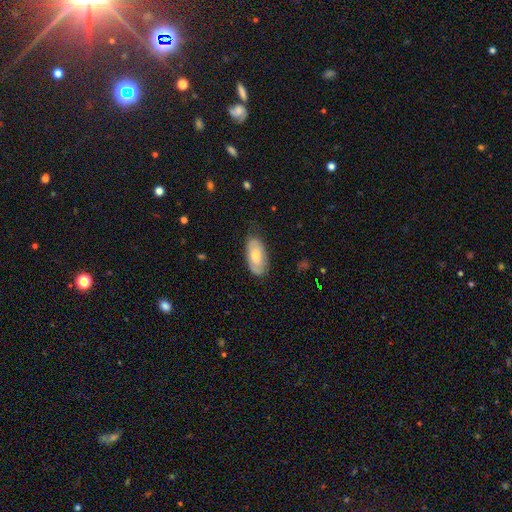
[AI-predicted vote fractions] smooth-or-featured: smooth: 57% | featured or disk: 36% | star or artifact: 7%
  how-rounded: in between: 92% | cigar-shaped: 5% | round: 3%
  merging: none: 75% | minor disturbance: 20% | major disturbance: 4% | merger: 1%